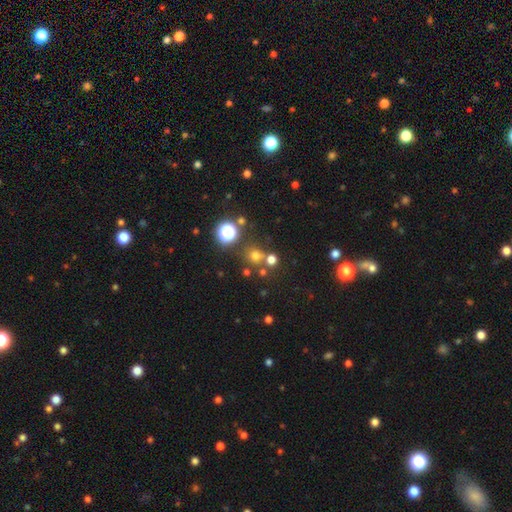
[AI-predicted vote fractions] Smooth or featured? smooth (58%)
How rounded? round (90%)
Merging? none (72%)